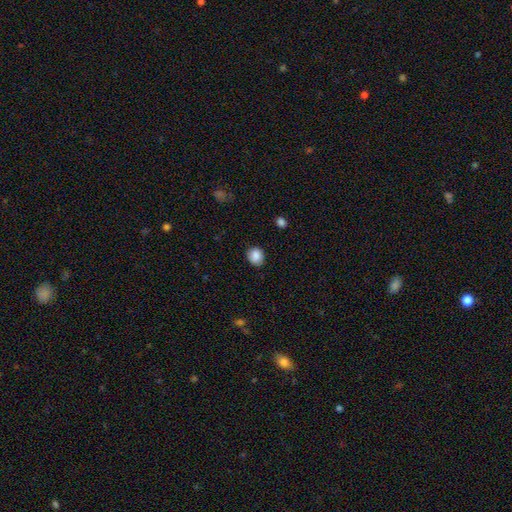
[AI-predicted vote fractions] Q: Smooth or featured?
A: smooth (86%); runner-up: star or artifact (9%)
Q: How rounded?
A: round (74%); runner-up: in between (25%)
Q: Merging?
A: none (86%); runner-up: minor disturbance (11%)